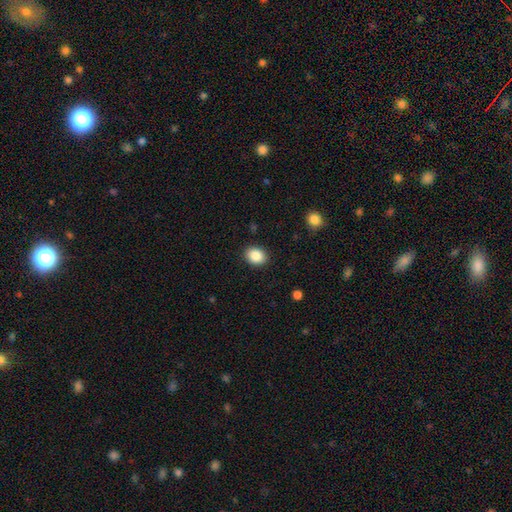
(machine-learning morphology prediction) Q: Smooth or featured?
A: smooth (87%); runner-up: star or artifact (8%)
Q: How rounded?
A: in between (56%); runner-up: round (43%)
Q: Merging?
A: none (90%); runner-up: minor disturbance (7%)